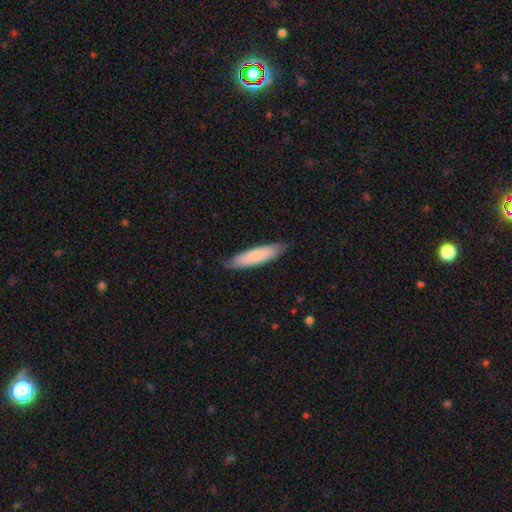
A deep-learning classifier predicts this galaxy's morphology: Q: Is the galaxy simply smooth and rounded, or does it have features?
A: smooth — 80%.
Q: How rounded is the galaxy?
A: cigar-shaped — 76%.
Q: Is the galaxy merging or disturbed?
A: none — 85%.